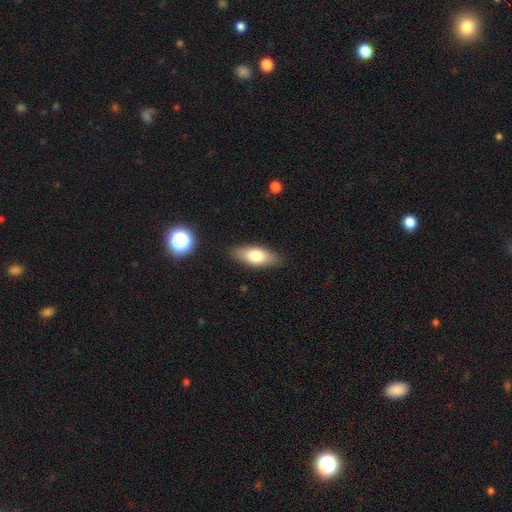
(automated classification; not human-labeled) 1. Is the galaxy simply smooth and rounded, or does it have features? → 73% smooth, 20% featured or disk, 7% star or artifact.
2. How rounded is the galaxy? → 78% in between, 19% cigar-shaped, 3% round.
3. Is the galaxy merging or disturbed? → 86% none, 10% minor disturbance, 2% major disturbance, 1% merger.